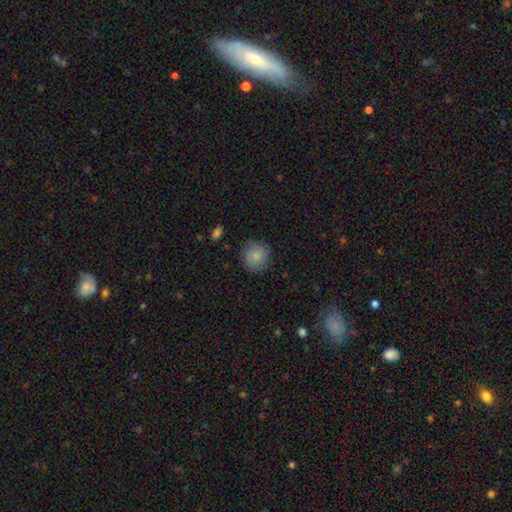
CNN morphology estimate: Smooth or featured? Predicted: smooth (p=0.80). How rounded? Predicted: round (p=0.90). Merging? Predicted: none (p=0.81).